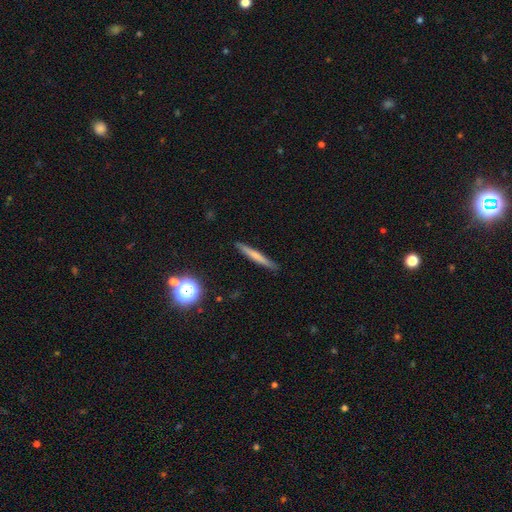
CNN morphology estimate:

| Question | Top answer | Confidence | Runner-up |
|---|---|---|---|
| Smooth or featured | smooth | 60% | featured or disk (32%) |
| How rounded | cigar-shaped | 95% | in between (3%) |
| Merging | none | 90% | minor disturbance (7%) |